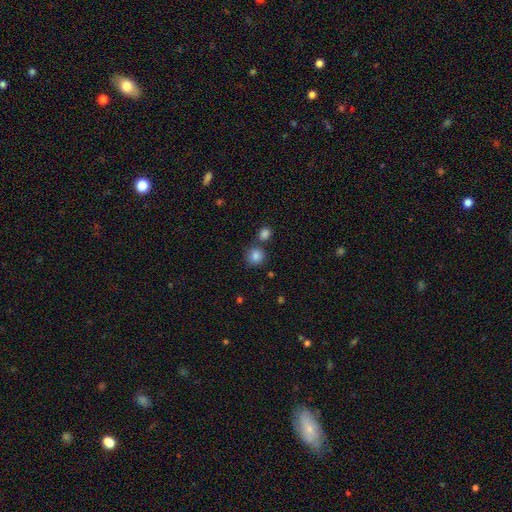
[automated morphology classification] A smooth galaxy with no disk features (84%) that is round (89%). Merging: none (69%).